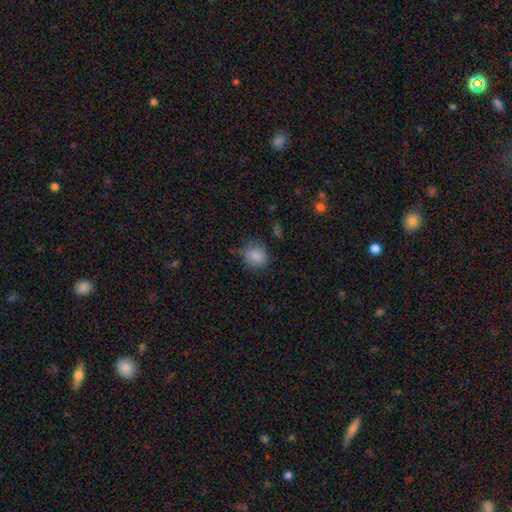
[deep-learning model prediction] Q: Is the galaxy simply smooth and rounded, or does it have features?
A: smooth — 84%.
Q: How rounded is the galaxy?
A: round — 69%.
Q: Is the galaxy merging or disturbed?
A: none — 62%.